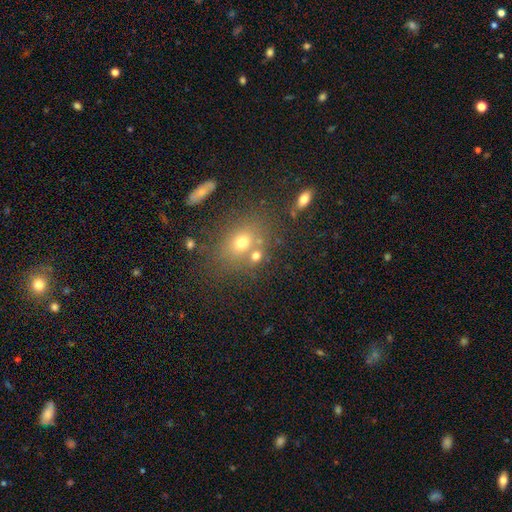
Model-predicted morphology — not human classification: smooth-or-featured: smooth: 67% | star or artifact: 19% | featured or disk: 14%
  how-rounded: in between: 49% (tied) | round: 49% (tied) | cigar-shaped: 2%
  merging: none: 59% | merger: 23% | minor disturbance: 12% | major disturbance: 6%